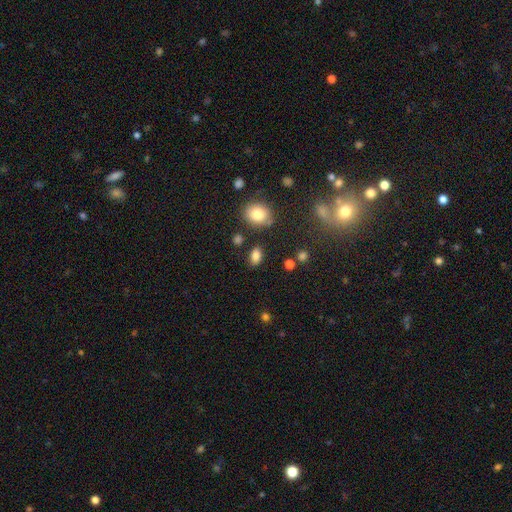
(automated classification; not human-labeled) The model was most divided on "merging": none: 82%, minor disturbance: 11%, merger: 4%, major disturbance: 3%. More confident: how rounded — in between (85%); smooth or featured — smooth (83%).